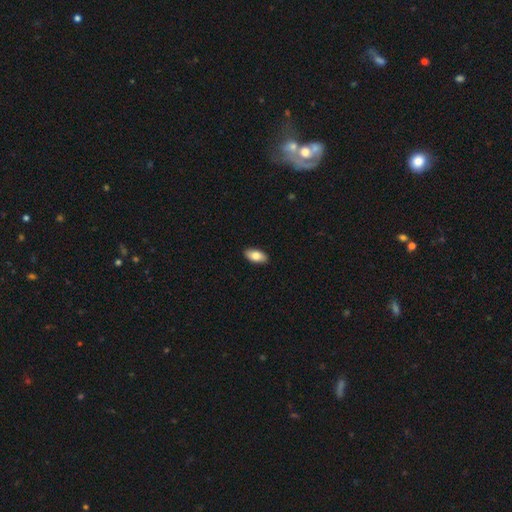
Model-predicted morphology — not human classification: type=smooth (81%); roundness=in between (92%); merging=none (91%).